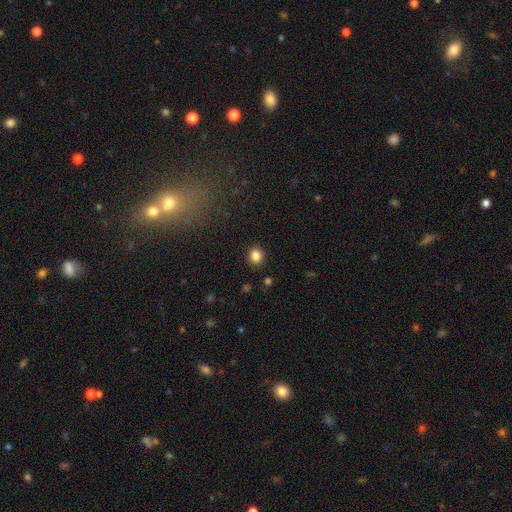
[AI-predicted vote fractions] Smooth or featured? Predicted: smooth (p=0.85). How rounded? Predicted: round (p=0.72). Merging? Predicted: none (p=0.90).